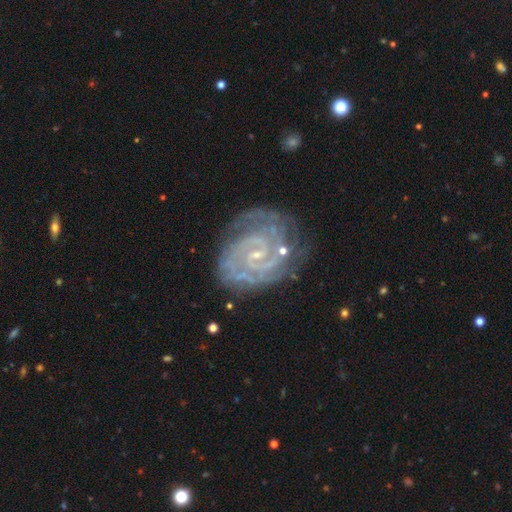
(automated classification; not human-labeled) A featured or disk galaxy (86%) with no bar (46%), 2 (43%) tight (73%) spiral arms (97%) and a small central bulge (80%).

Vote fractions:
- Smooth or featured? featured or disk: 86% / star or artifact: 8% / smooth: 6%
- Edge-on disk? no: 98% / yes: 2%
- Bar? no: 46% / weak: 41% / strong: 14%
- Spiral arms? yes: 97% / no: 3%
- Spiral winding? tight: 73% / medium: 23% / loose: 4%
- Spiral arm count? 2: 43% / can't tell: 20% / 3: 17% / 4: 8% / more than 4: 6% / 1: 6%
- Bulge size? small: 80% / moderate: 12% / none: 7% / large: 1% / dominant: 1%
- Merging? none: 70% / minor disturbance: 19% / major disturbance: 8% / merger: 3%